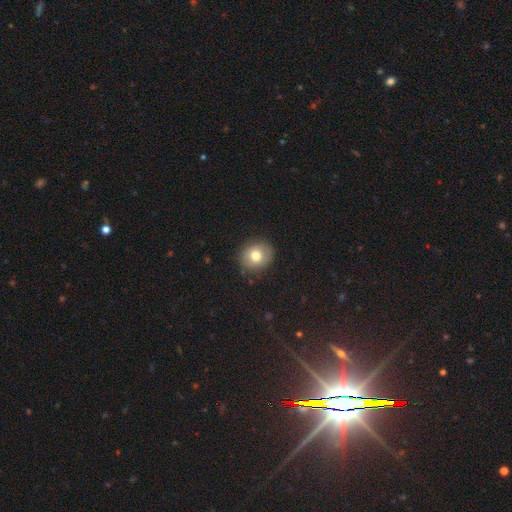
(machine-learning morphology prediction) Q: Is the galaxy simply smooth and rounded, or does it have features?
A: smooth — 76%.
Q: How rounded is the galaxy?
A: round — 75%.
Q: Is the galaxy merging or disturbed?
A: none — 87%.